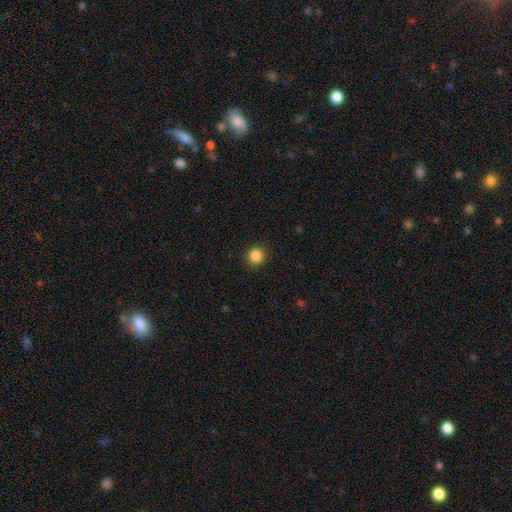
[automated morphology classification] The model was most divided on "smooth or featured": smooth: 86%, star or artifact: 11%, featured or disk: 3%. More confident: merging — none (91%); how rounded — round (90%).